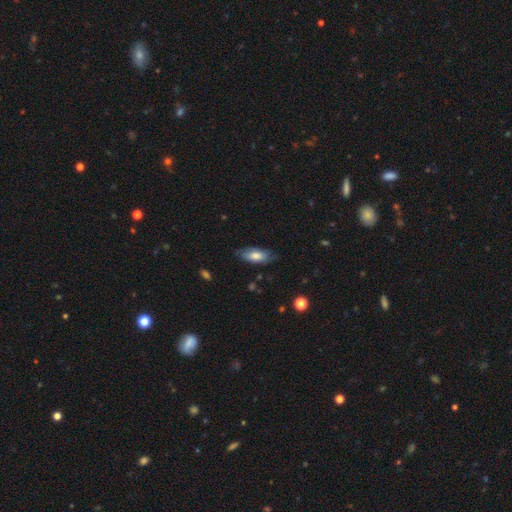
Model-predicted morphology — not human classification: smooth_or_featured: smooth (p=0.71) [alt: featured or disk p=0.23]
how_rounded: in between (p=0.83) [alt: cigar-shaped p=0.14]
merging: none (p=0.74) [alt: minor disturbance p=0.20]